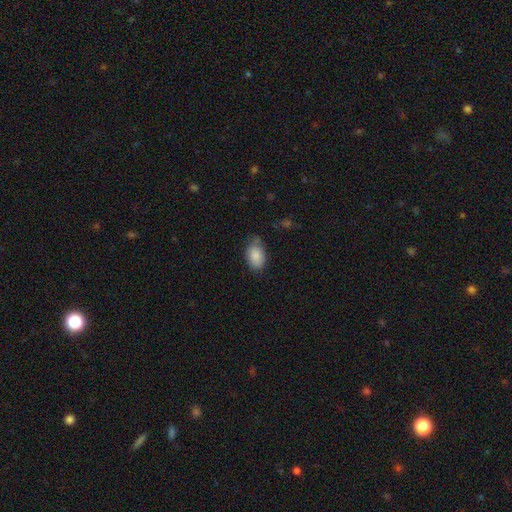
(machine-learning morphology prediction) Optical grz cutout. It shows a smooth galaxy with no disk features (87%) that is in between round and cigar-shaped (90%). Merging: none (64%).